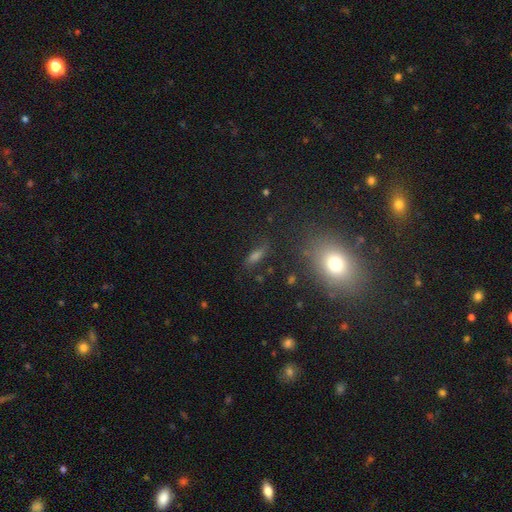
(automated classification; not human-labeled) smooth-or-featured: smooth: 51% | featured or disk: 25% | star or artifact: 24%
  how-rounded: in between: 55% | cigar-shaped: 34% | round: 11%
  merging: none: 72% | minor disturbance: 16% | major disturbance: 8% | merger: 4%